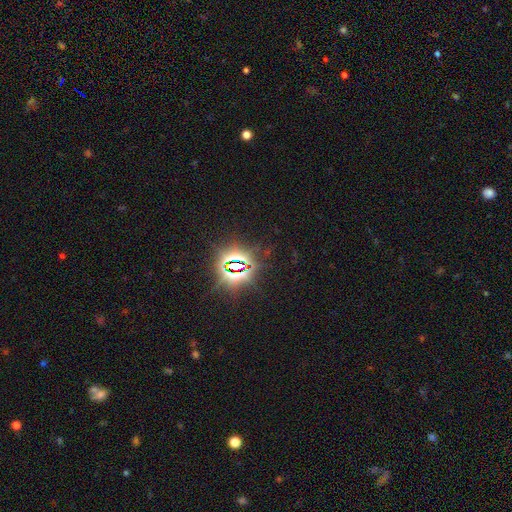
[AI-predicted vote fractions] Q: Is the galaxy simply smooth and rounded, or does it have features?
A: star or artifact — 83%.